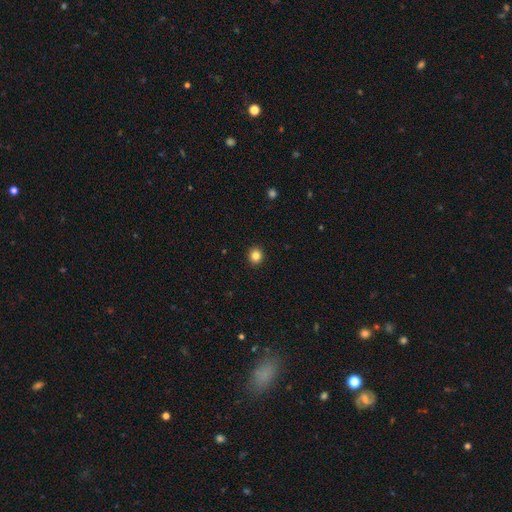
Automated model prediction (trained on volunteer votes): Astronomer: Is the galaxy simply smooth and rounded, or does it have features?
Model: smooth — 84%.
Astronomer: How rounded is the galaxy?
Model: round — 90%.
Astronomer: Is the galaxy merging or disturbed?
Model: none — 93%.